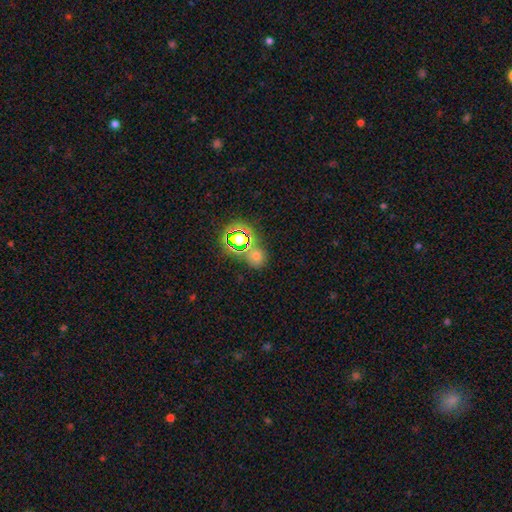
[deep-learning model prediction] Q: Smooth or featured?
A: smooth (48%); runner-up: star or artifact (43%)
Q: Merging?
A: none (69%); runner-up: merger (17%)